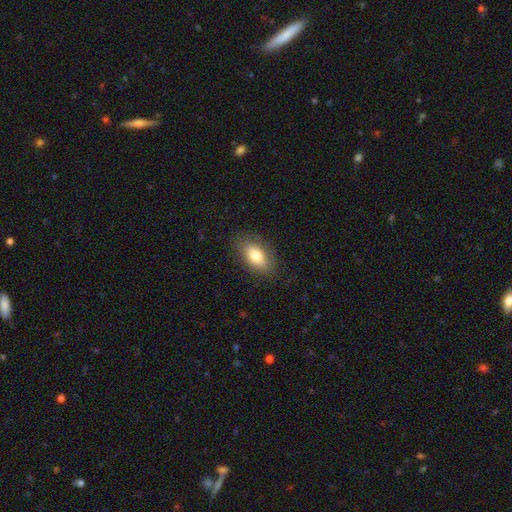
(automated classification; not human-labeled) This is likely a smooth galaxy (80%). How rounded: clearly in between (90%). Merging: clearly none (83%).